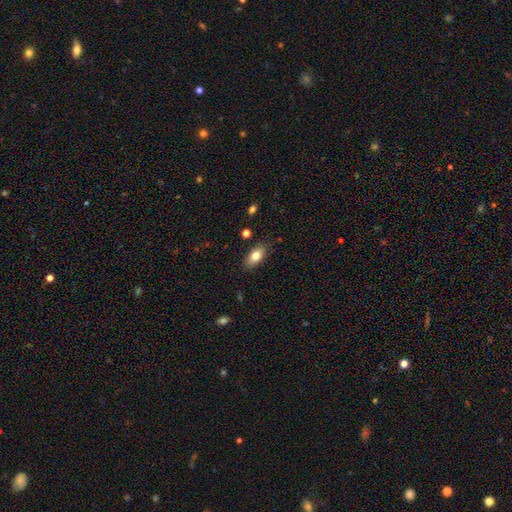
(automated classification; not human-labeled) Overall: smooth (79%). How rounded: in between (89%). Merging: none (84%).